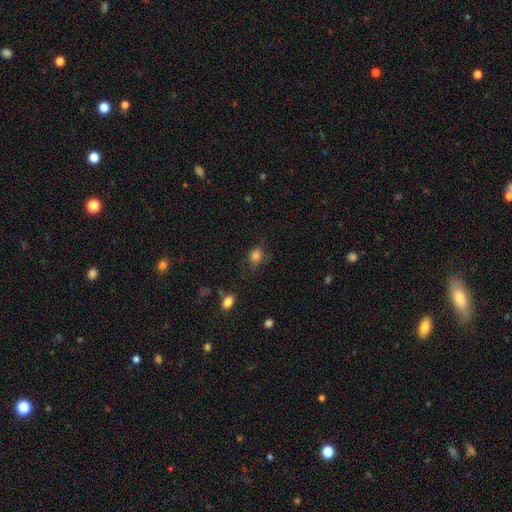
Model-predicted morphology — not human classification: type=smooth (82%); roundness=round (69%); merging=none (65%).